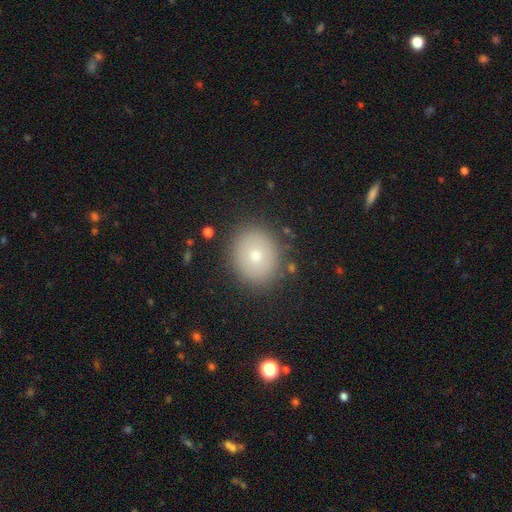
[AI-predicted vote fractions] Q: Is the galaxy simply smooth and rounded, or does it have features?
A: smooth — 71%.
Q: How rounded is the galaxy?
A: round — 78%.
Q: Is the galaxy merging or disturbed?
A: none — 86%.